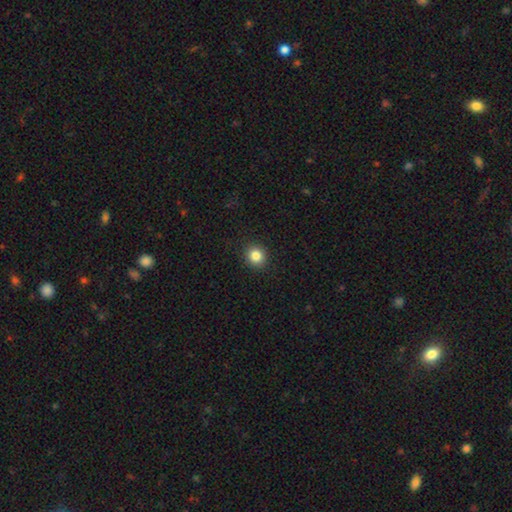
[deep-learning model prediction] Smooth or featured? smooth (84%)
How rounded? round (88%)
Merging? none (92%)